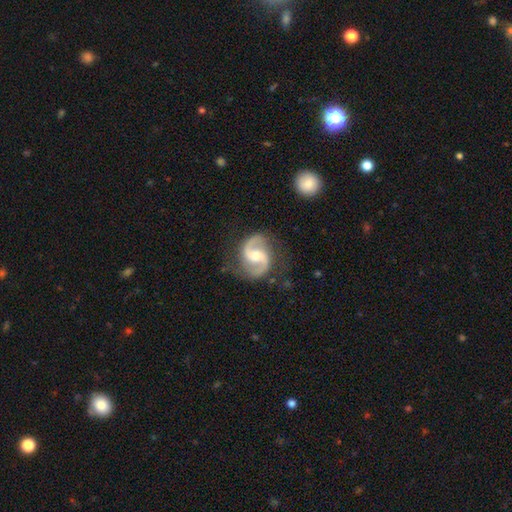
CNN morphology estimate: Smooth or featured?
  - featured or disk: 92% *
  - smooth: 4%
  - star or artifact: 4%
Edge-on disk?
  - no: 98% *
  - yes: 2%
Bar?
  - weak: 45% *
  - no: 39%
  - strong: 15%
Spiral arms?
  - yes: 98% *
  - no: 2%
Spiral winding?
  - medium: 60% *
  - loose: 27%
  - tight: 13%
Spiral arm count?
  - 2: 94% *
  - can't tell: 1%
  - 1: 1%
  - 3: 1%
  - 4: 1%
  - more than 4: 1%
Bulge size?
  - moderate: 69% *
  - small: 20%
  - large: 8%
  - none: 2%
  - dominant: 1%
Merging?
  - none: 81% *
  - minor disturbance: 13%
  - major disturbance: 4%
  - merger: 1%